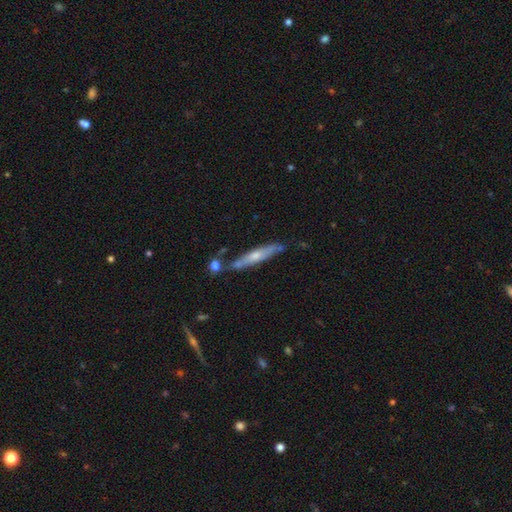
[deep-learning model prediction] Q: Smooth or featured?
A: featured or disk (59%); runner-up: smooth (34%)
Q: Edge-on disk?
A: yes (84%); runner-up: no (16%)
Q: Merging?
A: none (68%); runner-up: minor disturbance (17%)